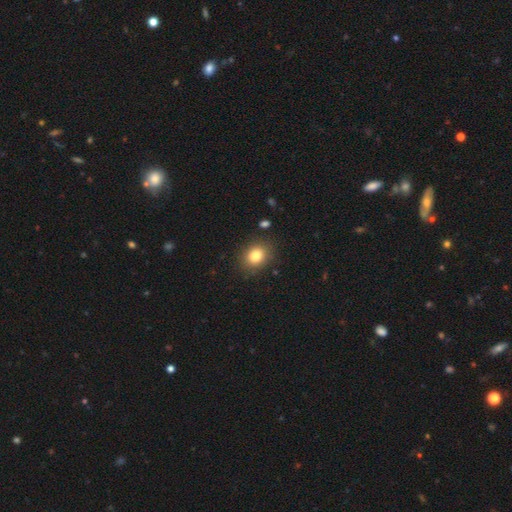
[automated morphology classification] Smooth or featured? smooth (82%)
How rounded? in between (52%)
Merging? none (84%)